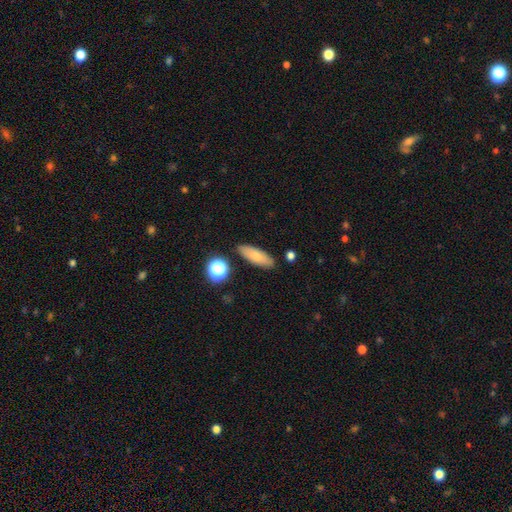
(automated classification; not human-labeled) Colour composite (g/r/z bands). It shows a smooth galaxy with no disk features (76%) that is in between round and cigar-shaped (59%). Merging: none (85%).